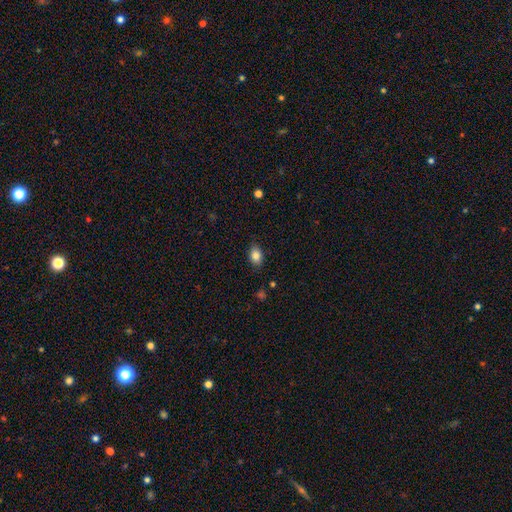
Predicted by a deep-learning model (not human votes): Overall: smooth (83%). How rounded: in between (84%). Merging: none (86%).